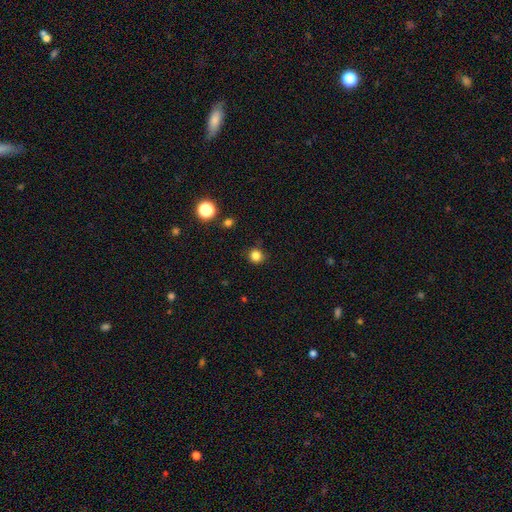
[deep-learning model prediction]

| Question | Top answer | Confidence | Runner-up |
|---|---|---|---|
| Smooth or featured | smooth | 83% | star or artifact (13%) |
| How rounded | round | 91% | in between (8%) |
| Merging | none | 86% | minor disturbance (10%) |